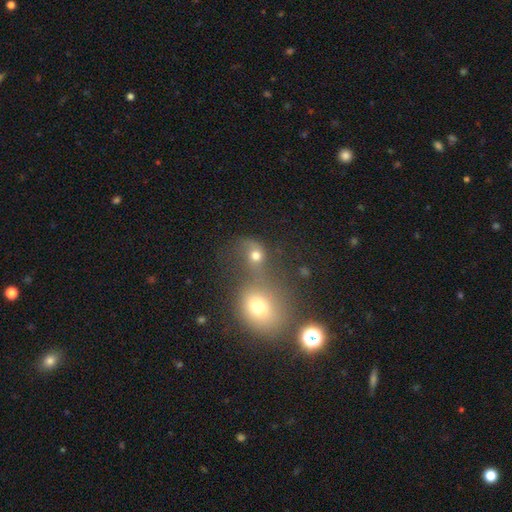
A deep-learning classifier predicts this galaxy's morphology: The model was most divided on "merging": merger: 55%, none: 26%, major disturbance: 10%, minor disturbance: 8%. More confident: how rounded — round (69%); smooth or featured — smooth (67%).